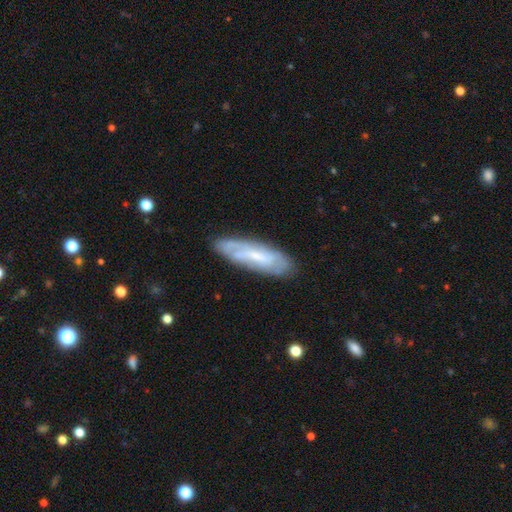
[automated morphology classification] Q: Smooth or featured?
A: featured or disk (51%); runner-up: smooth (42%)
Q: Edge-on disk?
A: no (69%); runner-up: yes (31%)
Q: Merging?
A: none (78%); runner-up: minor disturbance (16%)